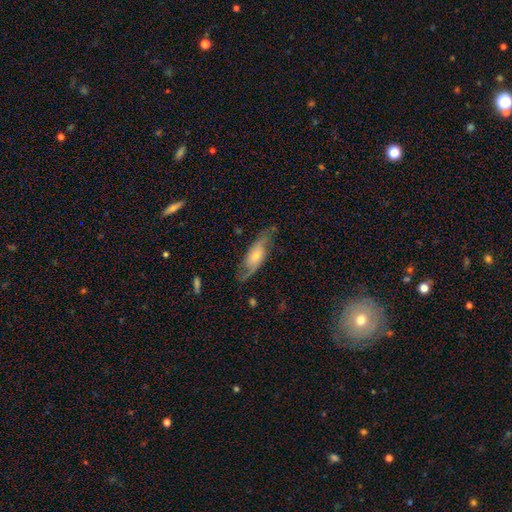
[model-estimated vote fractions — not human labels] Smooth or featured? Predicted: featured or disk (p=0.72). Edge-on disk? Predicted: no (p=0.82). Bar? Predicted: no (p=0.70). Spiral arms? Predicted: yes (p=0.90). Spiral winding? Predicted: loose (p=0.43). Spiral arm count? Predicted: 2 (p=0.84). Bulge size? Predicted: small (p=0.51). Merging? Predicted: none (p=0.72).